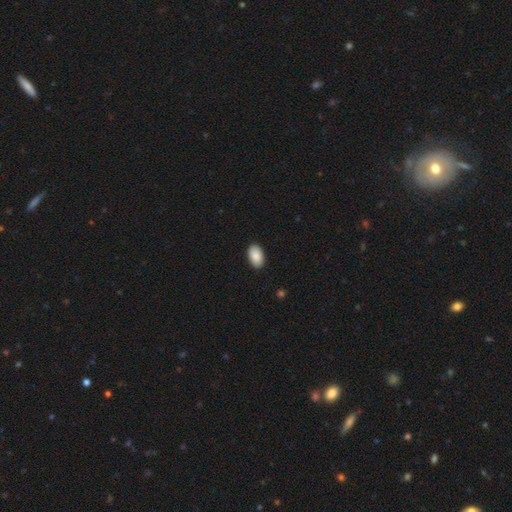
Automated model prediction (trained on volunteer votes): Smooth or featured?
  - smooth: 90% *
  - star or artifact: 6%
  - featured or disk: 4%
How rounded?
  - in between: 94% *
  - round: 4%
  - cigar-shaped: 1%
Merging?
  - none: 90% *
  - minor disturbance: 7%
  - major disturbance: 2%
  - merger: 1%